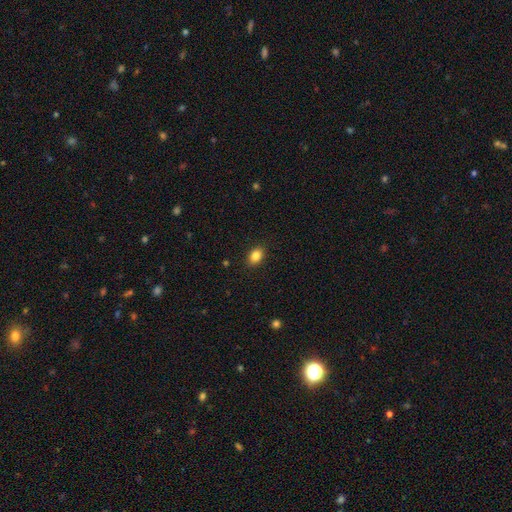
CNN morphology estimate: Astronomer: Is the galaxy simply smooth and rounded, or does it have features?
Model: smooth — 85%.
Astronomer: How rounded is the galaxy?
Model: in between — 78%.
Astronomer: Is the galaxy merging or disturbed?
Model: none — 89%.